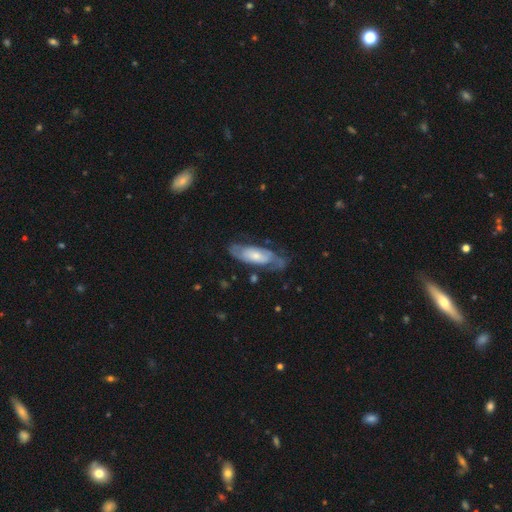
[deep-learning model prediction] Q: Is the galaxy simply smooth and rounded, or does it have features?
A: featured or disk — 62%.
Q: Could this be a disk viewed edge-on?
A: no — 85%.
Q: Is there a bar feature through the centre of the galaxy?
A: no — 70%.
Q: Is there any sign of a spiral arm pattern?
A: yes — 78%.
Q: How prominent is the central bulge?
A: small — 48%.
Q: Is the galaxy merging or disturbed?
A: none — 60%.